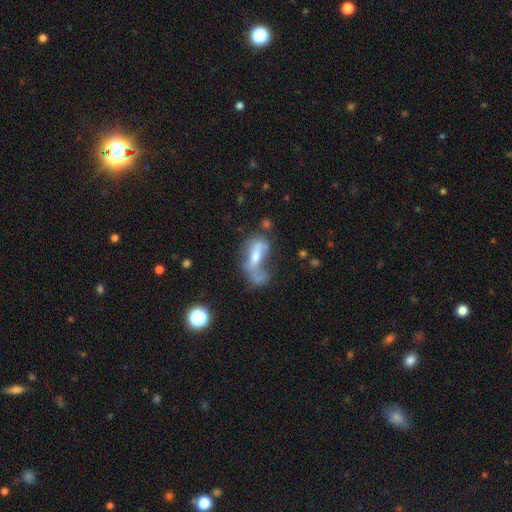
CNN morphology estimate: Overall: featured or disk (46%; smooth 41%). Merging: major disturbance (36%; merger 28%).